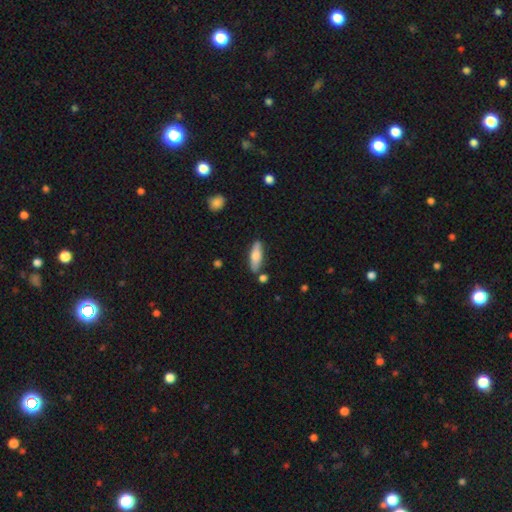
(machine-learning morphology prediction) Smooth or featured?
  - smooth: 71% *
  - featured or disk: 23%
  - star or artifact: 6%
How rounded?
  - in between: 51% *
  - cigar-shaped: 47%
  - round: 2%
Merging?
  - none: 79% *
  - minor disturbance: 12%
  - merger: 6%
  - major disturbance: 3%